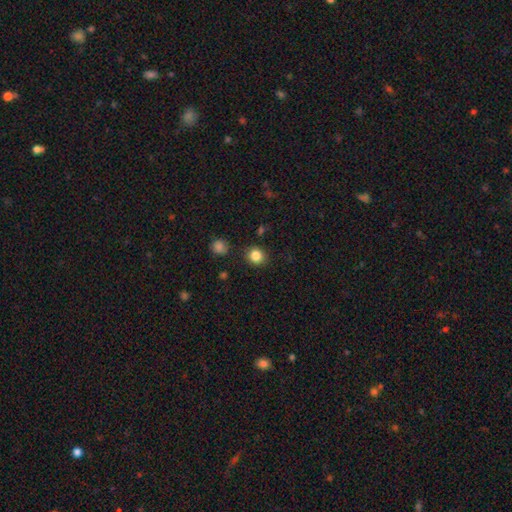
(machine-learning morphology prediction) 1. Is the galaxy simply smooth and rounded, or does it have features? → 84% smooth, 11% star or artifact, 4% featured or disk.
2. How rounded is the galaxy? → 85% round, 14% in between, 1% cigar-shaped.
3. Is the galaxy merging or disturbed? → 88% none, 7% minor disturbance, 2% major disturbance, 2% merger.